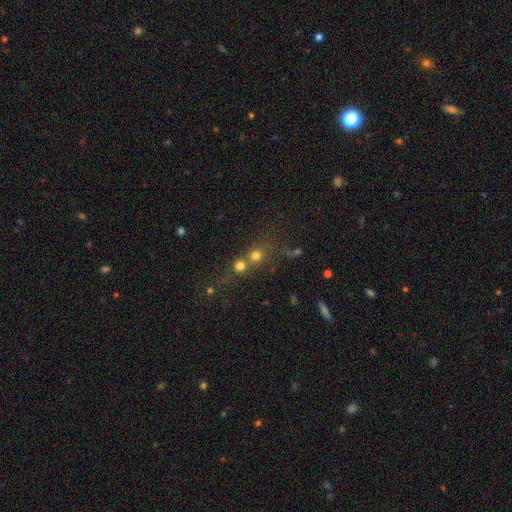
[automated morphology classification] smooth_or_featured: smooth (p=0.69) [alt: star or artifact p=0.20]
how_rounded: round (p=0.86) [alt: in between p=0.12]
merging: none (p=0.47) [alt: merger p=0.43]